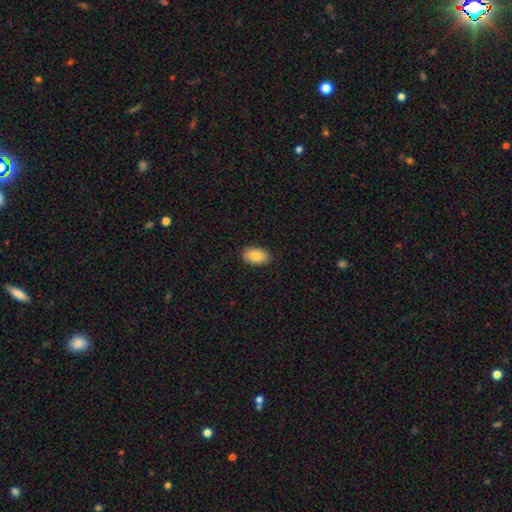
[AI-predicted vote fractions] Overall: smooth (86%). How rounded: in between (91%). Merging: none (89%).